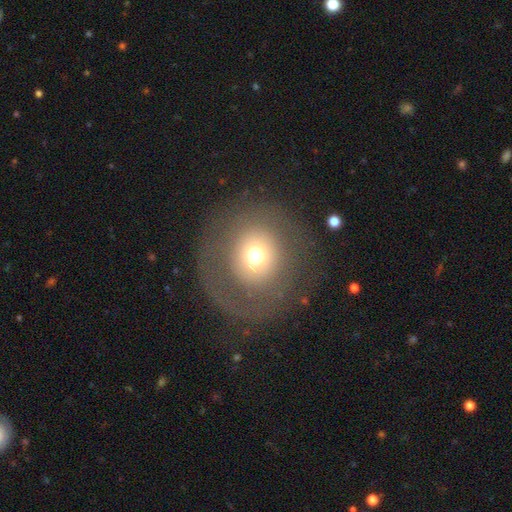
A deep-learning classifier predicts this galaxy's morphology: Smooth or featured: smooth — 57% (featured or disk — 29%)
How rounded: round — 88% (in between — 11%)
Merging: none — 67% (major disturbance — 19%)